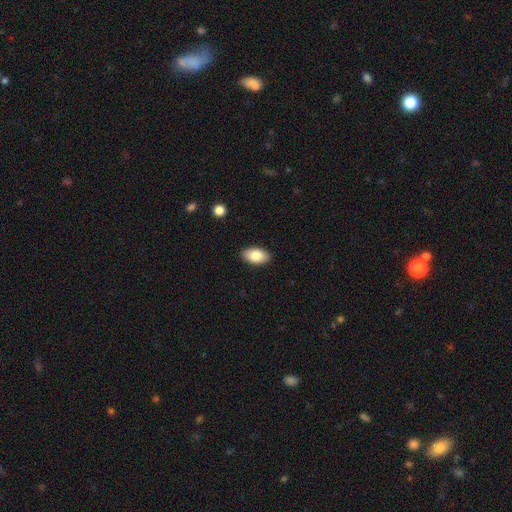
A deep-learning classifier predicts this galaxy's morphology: The model was most divided on "smooth or featured": smooth: 84%, featured or disk: 9%, star or artifact: 7%. More confident: how rounded — in between (93%); merging — none (89%).